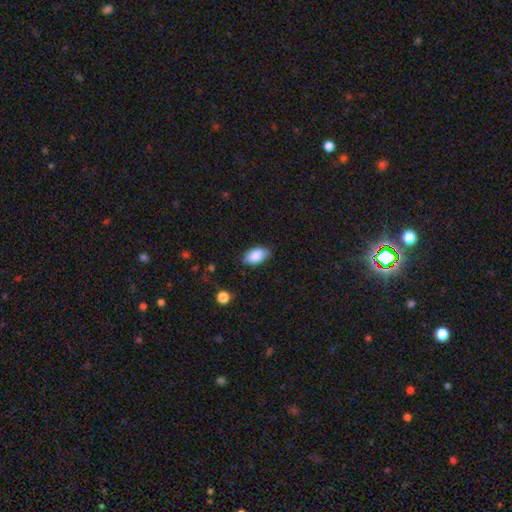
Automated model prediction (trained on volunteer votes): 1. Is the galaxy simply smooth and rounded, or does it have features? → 87% smooth, 7% star or artifact, 7% featured or disk.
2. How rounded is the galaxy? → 94% in between, 4% round, 2% cigar-shaped.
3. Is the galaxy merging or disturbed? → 81% none, 15% minor disturbance, 3% major disturbance, 1% merger.